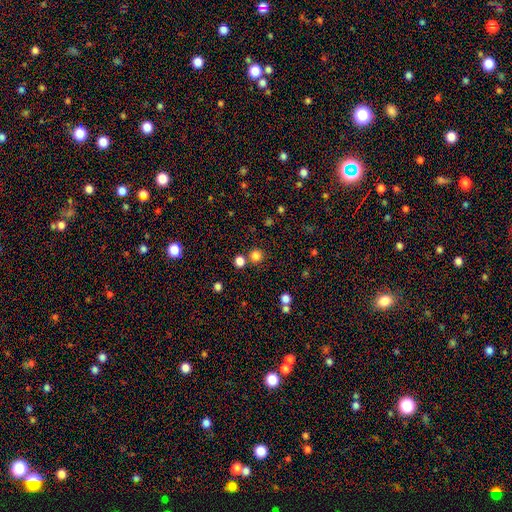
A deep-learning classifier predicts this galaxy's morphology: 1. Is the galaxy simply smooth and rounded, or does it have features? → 81% smooth, 15% star or artifact, 4% featured or disk.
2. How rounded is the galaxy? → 94% round, 5% in between, 1% cigar-shaped.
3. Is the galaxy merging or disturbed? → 79% none, 12% merger, 6% minor disturbance, 3% major disturbance.